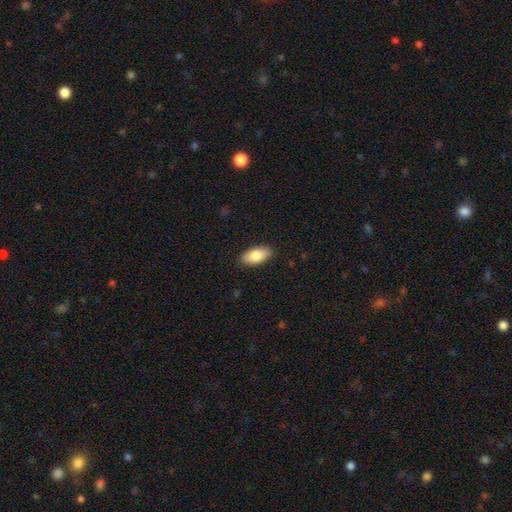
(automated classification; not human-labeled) The model was most divided on "smooth or featured": smooth: 84%, featured or disk: 10%, star or artifact: 6%. More confident: how rounded — in between (91%); merging — none (89%).